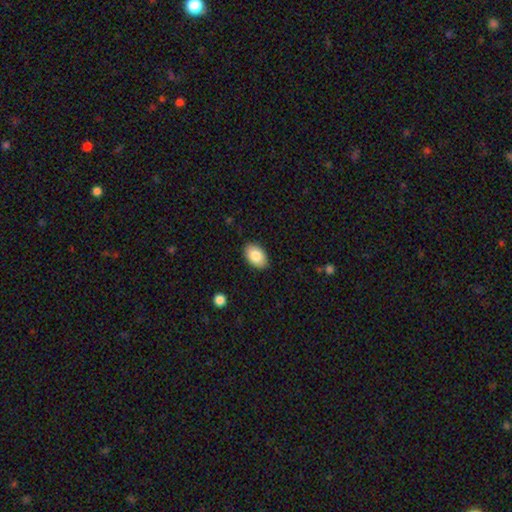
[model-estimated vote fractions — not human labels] smooth_or_featured: smooth (p=0.86) [alt: featured or disk p=0.07]
how_rounded: in between (p=0.92) [alt: round p=0.07]
merging: none (p=0.87) [alt: minor disturbance p=0.10]